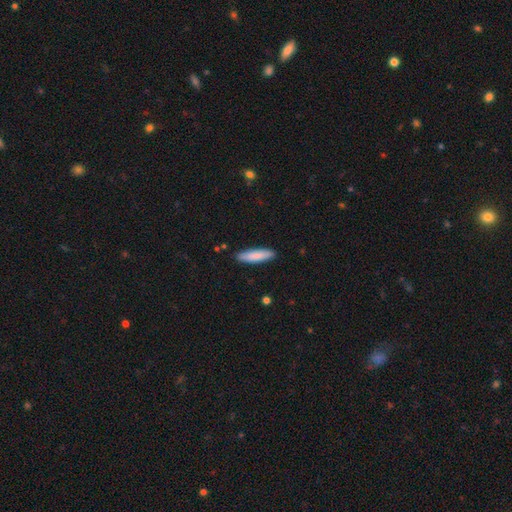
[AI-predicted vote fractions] This appears to be a smooth galaxy with no disk features (83%) that is cigar-shaped (73%). Merging: none (88%).